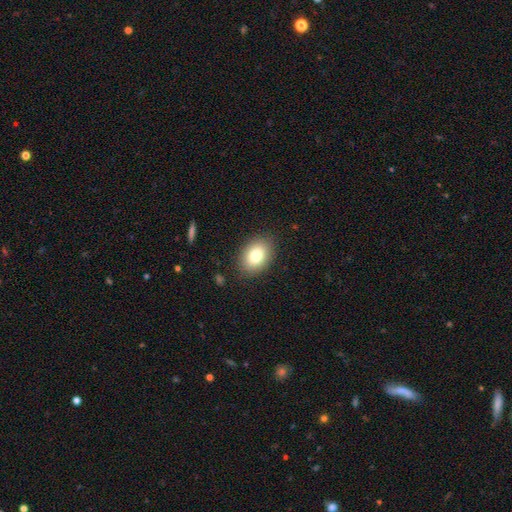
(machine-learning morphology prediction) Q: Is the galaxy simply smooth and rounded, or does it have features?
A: smooth — 82%.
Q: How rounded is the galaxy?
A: in between — 79%.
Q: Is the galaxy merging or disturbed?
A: none — 86%.